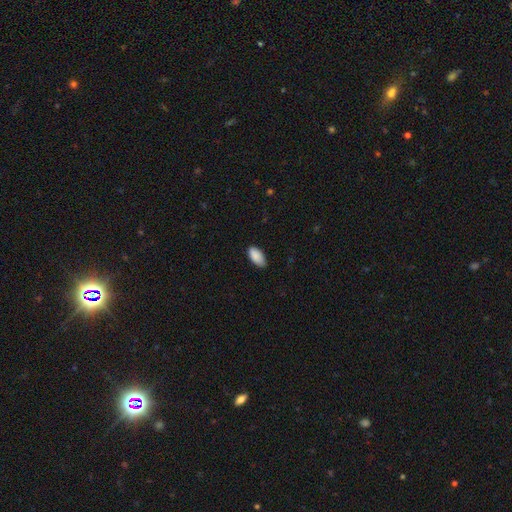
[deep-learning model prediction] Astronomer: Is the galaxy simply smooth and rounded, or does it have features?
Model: smooth — 90%.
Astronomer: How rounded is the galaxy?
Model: in between — 94%.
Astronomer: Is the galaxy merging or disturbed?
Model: none — 80%.